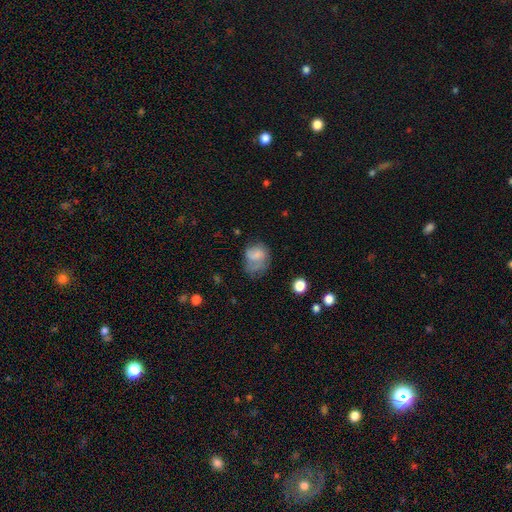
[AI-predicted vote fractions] Q: Smooth or featured?
A: smooth (64%); runner-up: featured or disk (26%)
Q: How rounded?
A: in between (53%); runner-up: round (46%)
Q: Merging?
A: major disturbance (34%); runner-up: none (33%)